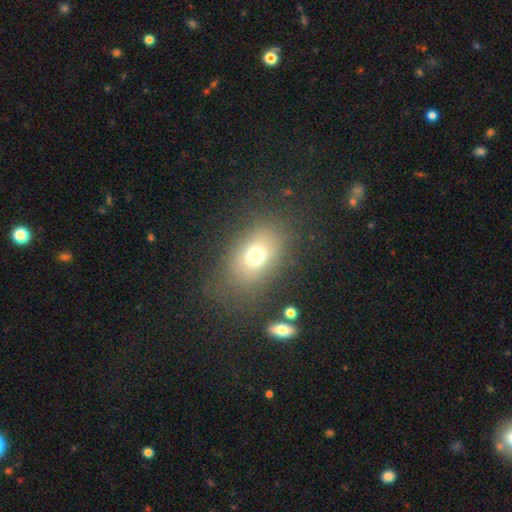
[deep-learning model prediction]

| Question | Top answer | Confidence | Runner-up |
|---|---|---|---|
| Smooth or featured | smooth | 69% | featured or disk (16%) |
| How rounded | in between | 71% | round (27%) |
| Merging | none | 72% | minor disturbance (14%) |